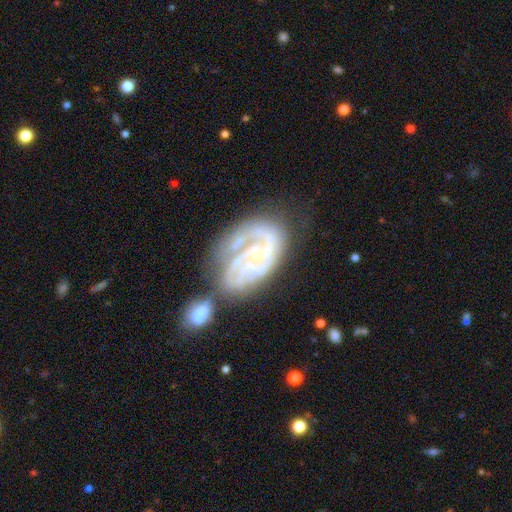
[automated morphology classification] The model was most divided on "spiral arm count": can't tell: 33%, 3: 24%, 2: 23%, 4: 8%, 1: 7%, more than 4: 5%. Remaining: edge-on disk — no (97%); spiral arms — yes (89%); smooth or featured — featured or disk (83%); bar — no (69%); bulge size — small (67%); spiral winding — tight (61%); merging — none (37%).